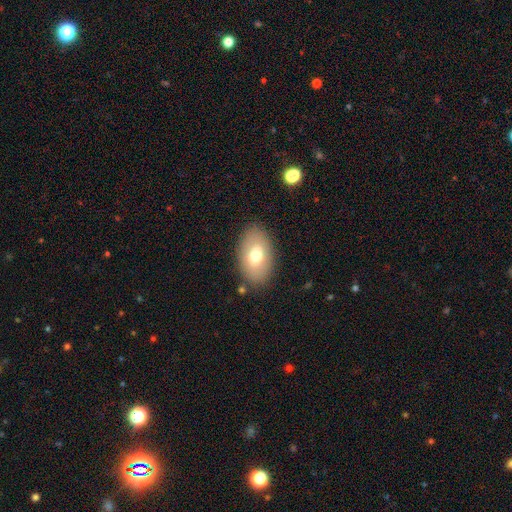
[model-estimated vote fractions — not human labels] This is likely a smooth galaxy (71%). How rounded: clearly in between (91%). Merging: clearly none (84%).